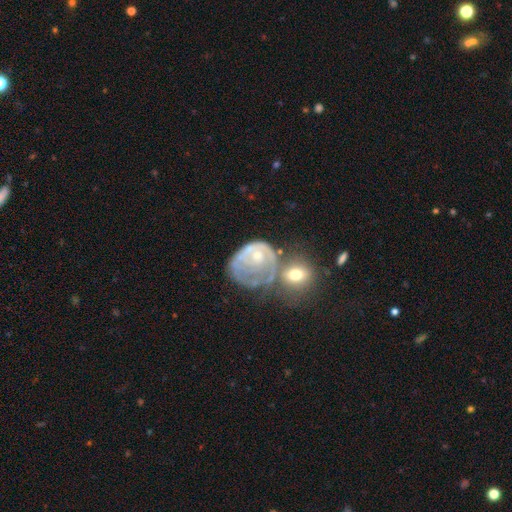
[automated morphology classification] This appears to be a featured or disk galaxy (64%) with no bar (84%), spiral arms (51%) and a small central bulge (52%). Merging: merger (31%).